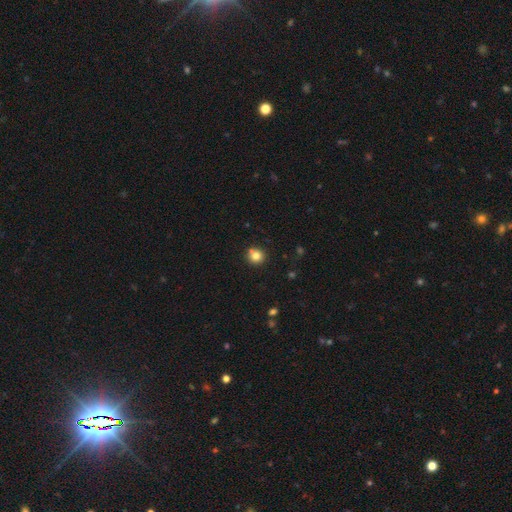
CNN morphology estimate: smooth_or_featured: smooth (p=0.80) [alt: star or artifact p=0.12]
how_rounded: round (p=0.91) [alt: in between p=0.08]
merging: none (p=0.78) [alt: minor disturbance p=0.10]